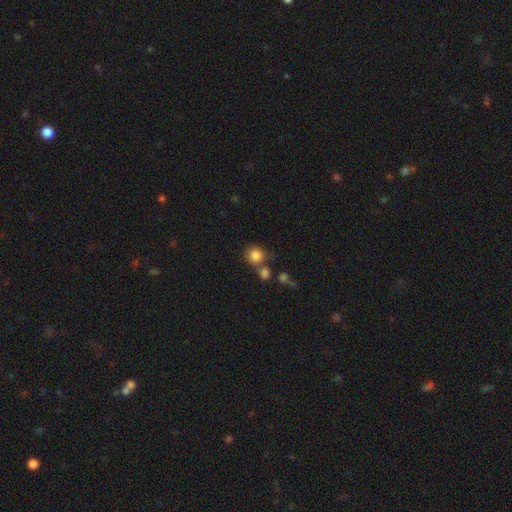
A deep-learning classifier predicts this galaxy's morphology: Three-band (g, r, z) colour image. It shows a smooth galaxy with no disk features (84%) that is round (86%). Merging: none (61%).